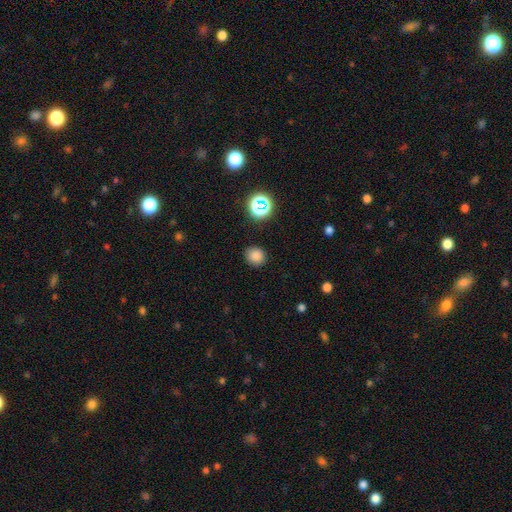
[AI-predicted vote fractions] Q: Smooth or featured?
A: smooth (81%); runner-up: star or artifact (15%)
Q: How rounded?
A: round (85%); runner-up: in between (14%)
Q: Merging?
A: none (88%); runner-up: minor disturbance (8%)